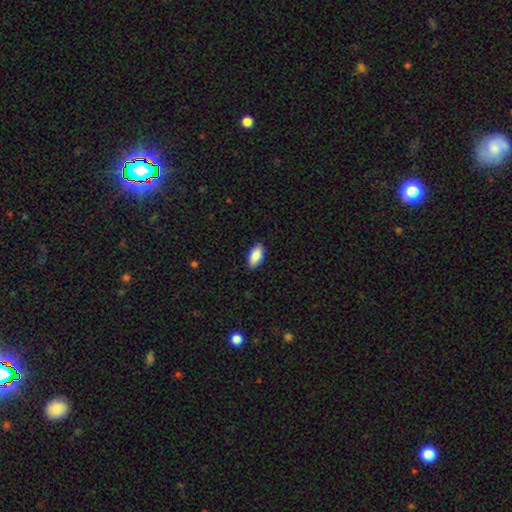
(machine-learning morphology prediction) This appears to be a smooth galaxy with no disk features (89%) that is in between round and cigar-shaped (92%). Merging: none (88%).